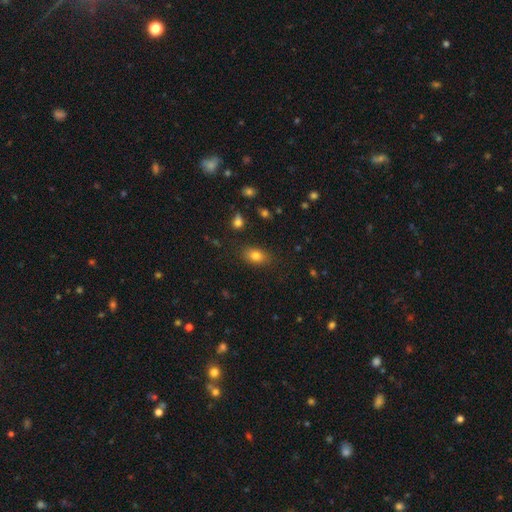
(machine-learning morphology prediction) smooth-or-featured: smooth: 80% | star or artifact: 11% | featured or disk: 9%
  how-rounded: in between: 82% | round: 16% | cigar-shaped: 2%
  merging: none: 83% | minor disturbance: 12% | major disturbance: 3% | merger: 2%